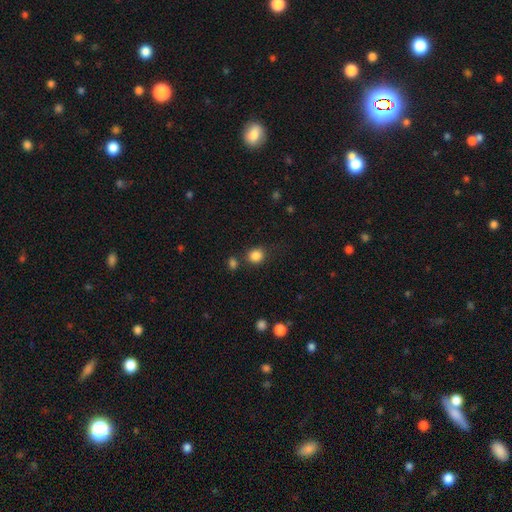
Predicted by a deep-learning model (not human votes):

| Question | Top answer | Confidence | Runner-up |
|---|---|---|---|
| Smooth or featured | smooth | 85% | star or artifact (11%) |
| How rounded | round | 77% | in between (23%) |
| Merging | none | 75% | minor disturbance (12%) |